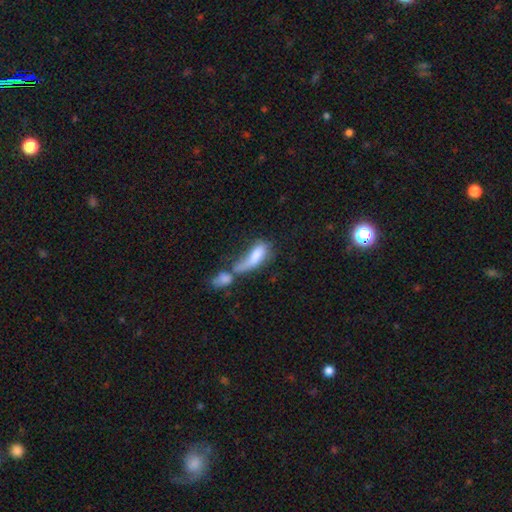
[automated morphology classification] Overall: smooth (69%). How rounded: in between (68%; cigar-shaped 28%). Merging: merger (56%; major disturbance 21%).